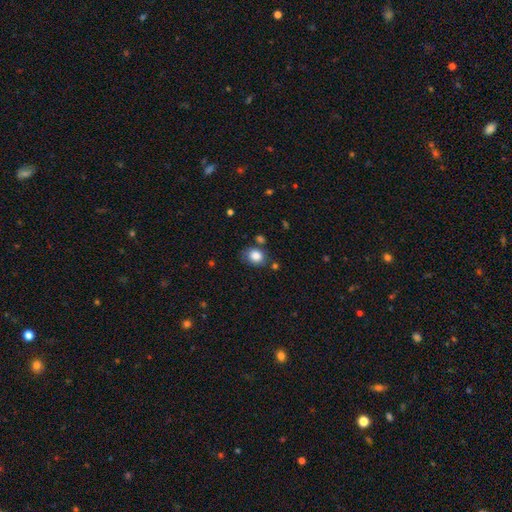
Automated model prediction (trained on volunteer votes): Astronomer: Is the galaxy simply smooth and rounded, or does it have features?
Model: smooth — 85%.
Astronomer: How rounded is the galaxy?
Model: round — 52% (runner-up: in between, 47%).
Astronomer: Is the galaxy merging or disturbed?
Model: none — 70%.